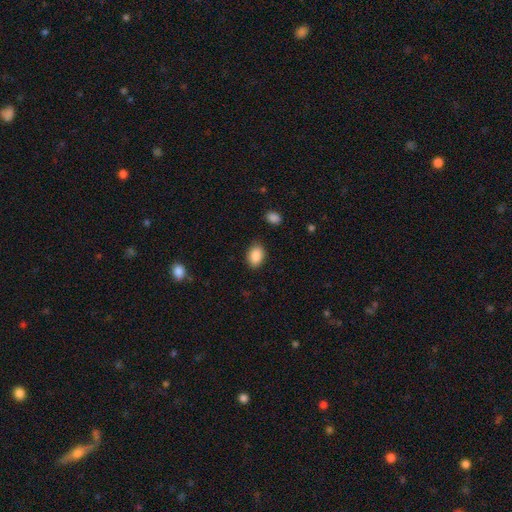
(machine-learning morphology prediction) smooth_or_featured: smooth (p=0.88) [alt: star or artifact p=0.08]
how_rounded: in between (p=0.83) [alt: round p=0.16]
merging: none (p=0.85) [alt: minor disturbance p=0.11]